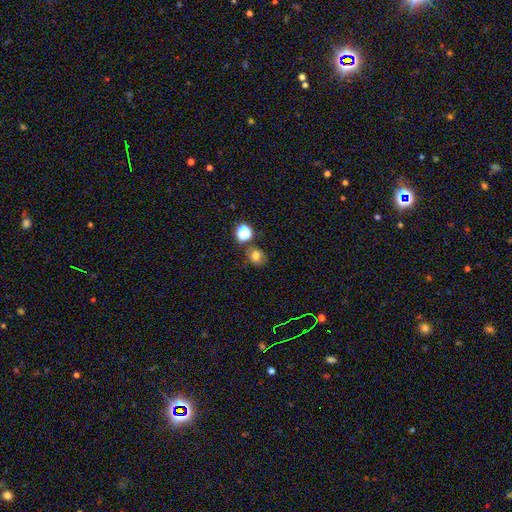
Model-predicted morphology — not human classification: Smooth or featured?
  - smooth: 70% *
  - star or artifact: 19%
  - featured or disk: 12%
How rounded?
  - round: 79% *
  - in between: 20%
  - cigar-shaped: 1%
Merging?
  - none: 70% *
  - minor disturbance: 14%
  - merger: 11%
  - major disturbance: 5%